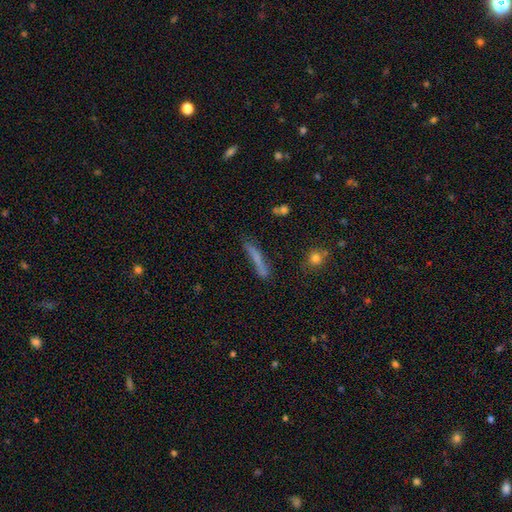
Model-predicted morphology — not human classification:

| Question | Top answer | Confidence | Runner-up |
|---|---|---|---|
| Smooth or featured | smooth | 62% | featured or disk (25%) |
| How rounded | cigar-shaped | 92% | in between (6%) |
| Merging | none | 68% | minor disturbance (19%) |